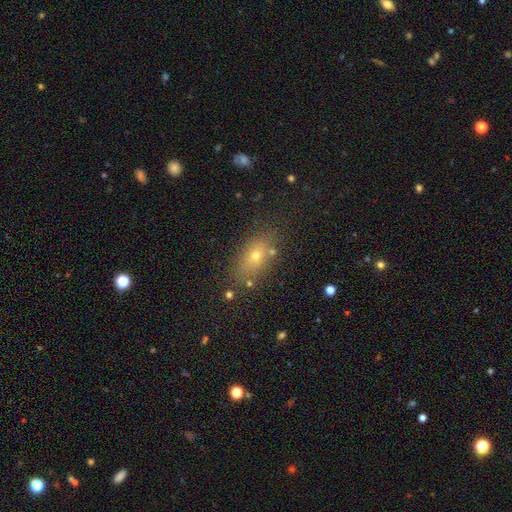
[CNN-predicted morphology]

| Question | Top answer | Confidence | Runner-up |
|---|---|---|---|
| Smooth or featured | smooth | 64% | featured or disk (18%) |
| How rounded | in between | 75% | round (16%) |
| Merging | none | 78% | minor disturbance (12%) |